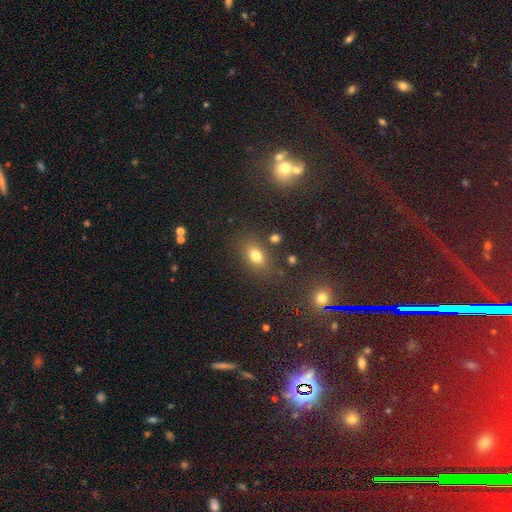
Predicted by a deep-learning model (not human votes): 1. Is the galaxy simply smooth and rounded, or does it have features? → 74% smooth, 16% star or artifact, 10% featured or disk.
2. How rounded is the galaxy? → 73% in between, 24% round, 4% cigar-shaped.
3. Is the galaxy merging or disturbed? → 78% none, 12% minor disturbance, 6% merger, 5% major disturbance.